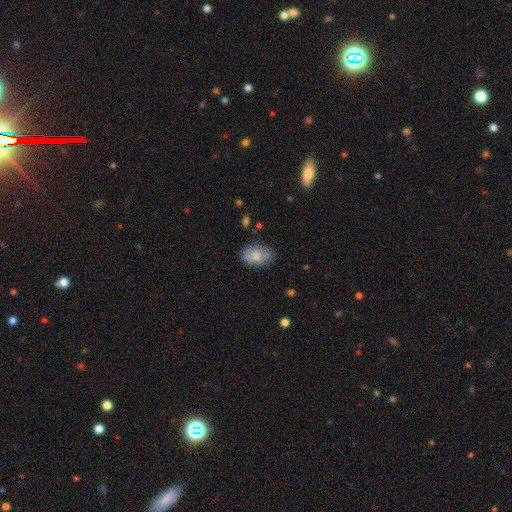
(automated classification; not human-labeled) Q: Smooth or featured?
A: smooth (79%); runner-up: featured or disk (14%)
Q: How rounded?
A: in between (88%); runner-up: round (10%)
Q: Merging?
A: none (74%); runner-up: minor disturbance (20%)